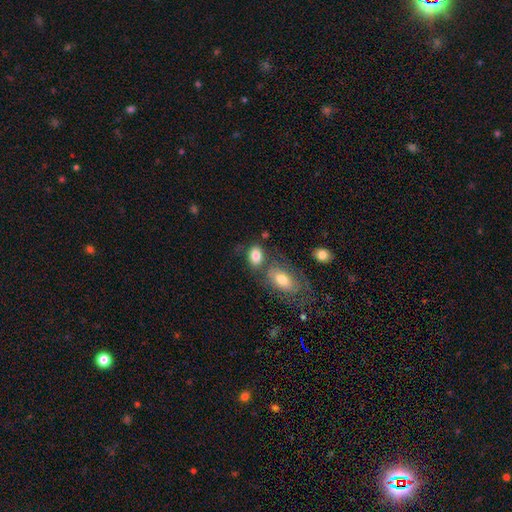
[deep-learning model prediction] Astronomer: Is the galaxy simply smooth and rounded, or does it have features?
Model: smooth — 82%.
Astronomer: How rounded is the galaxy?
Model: in between — 83%.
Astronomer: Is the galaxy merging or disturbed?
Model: none — 54%.